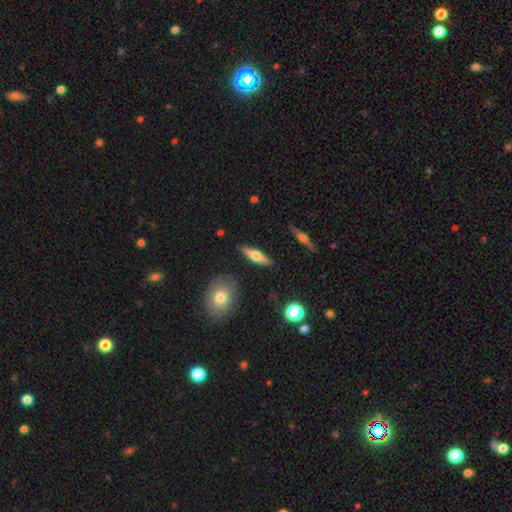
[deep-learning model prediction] smooth-or-featured: featured or disk: 53% | smooth: 41% | star or artifact: 6%
  disk-edge-on: yes: 94% | no: 6%
  merging: none: 88% | minor disturbance: 8% | major disturbance: 2% | merger: 2%